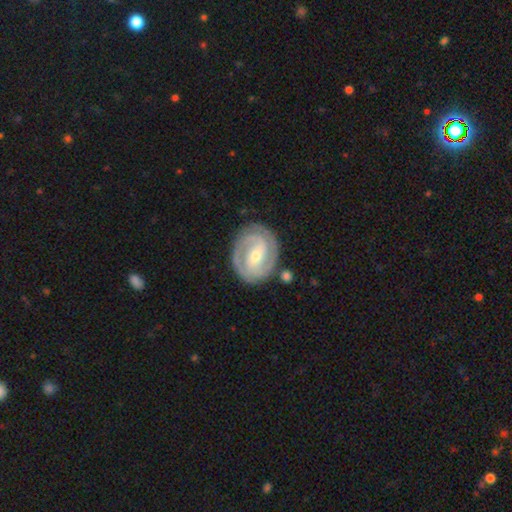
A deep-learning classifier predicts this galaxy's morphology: This appears to be a featured or disk galaxy (88%) with a weak bar (42%), 2 (73%) tight (68%) spiral arms (97%) and a small central bulge (52%). Merging: none (81%).